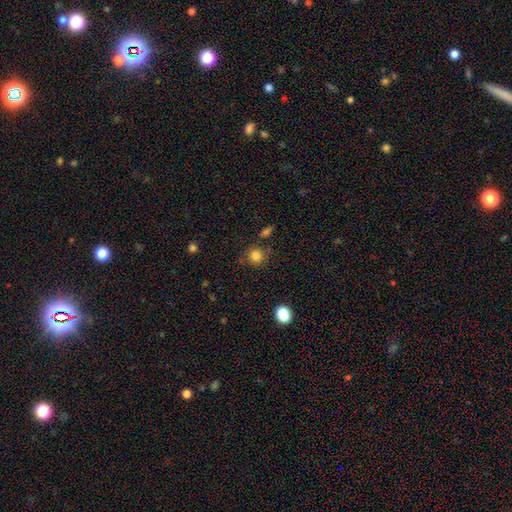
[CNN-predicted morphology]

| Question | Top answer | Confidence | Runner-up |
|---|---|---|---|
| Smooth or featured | smooth | 83% | star or artifact (11%) |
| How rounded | round | 90% | in between (9%) |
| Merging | none | 79% | minor disturbance (11%) |